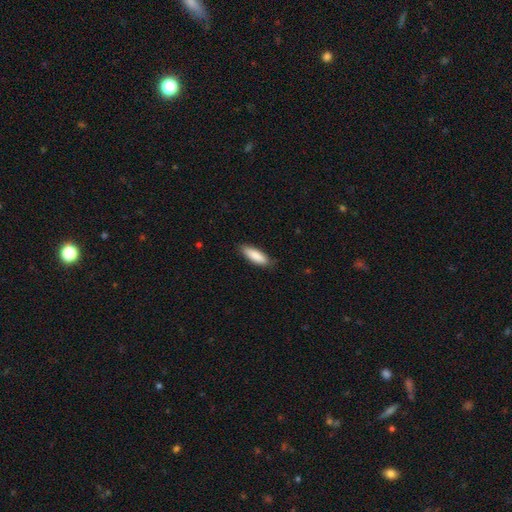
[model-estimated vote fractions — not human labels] A smooth galaxy with no disk features (87%) that is in between round and cigar-shaped (51%). Merging: none (84%).